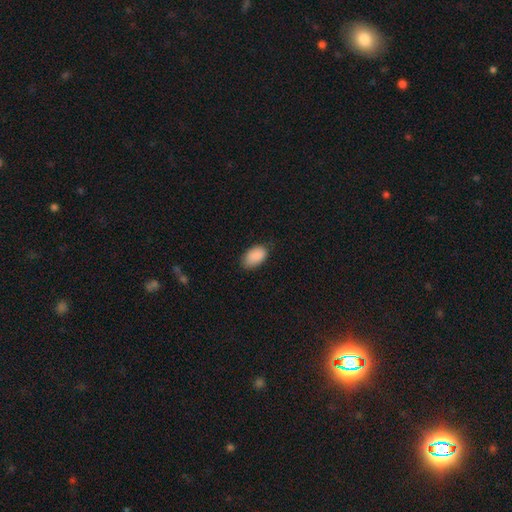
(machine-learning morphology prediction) A smooth galaxy with no disk features (89%) that is in between round and cigar-shaped (93%). Merging: none (75%).